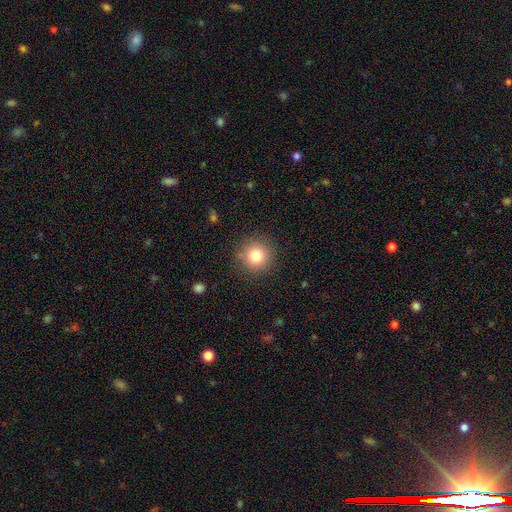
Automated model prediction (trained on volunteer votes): Smooth or featured?
  - smooth: 80% *
  - star or artifact: 12%
  - featured or disk: 8%
How rounded?
  - round: 94% *
  - in between: 5%
  - cigar-shaped: 1%
Merging?
  - none: 88% *
  - minor disturbance: 8%
  - major disturbance: 3%
  - merger: 1%